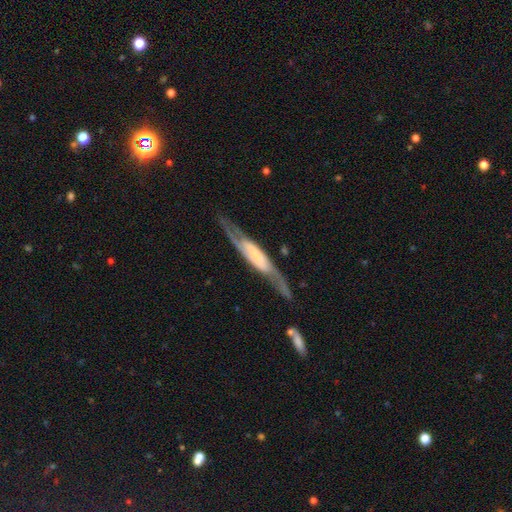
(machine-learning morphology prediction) Smooth or featured? Predicted: featured or disk (p=0.74). Edge-on disk? Predicted: yes (p=0.52). Merging? Predicted: none (p=0.69).